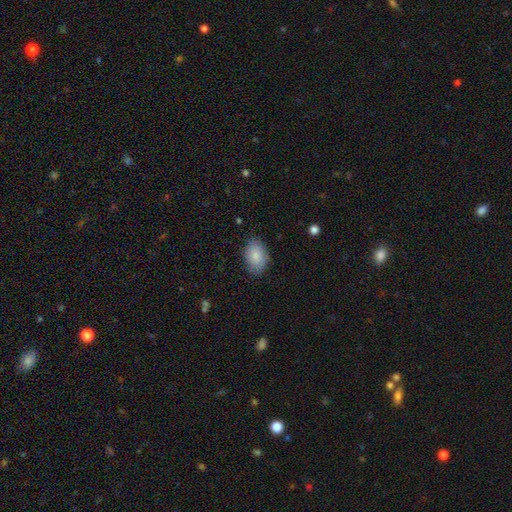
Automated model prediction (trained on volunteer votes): A smooth galaxy with no disk features (86%) that is in between round and cigar-shaped (89%).

Vote fractions:
- Smooth or featured? smooth: 86% / featured or disk: 7% / star or artifact: 6%
- How rounded? in between: 89% / round: 10% / cigar-shaped: 1%
- Merging? none: 81% / minor disturbance: 15% / major disturbance: 3% / merger: 1%